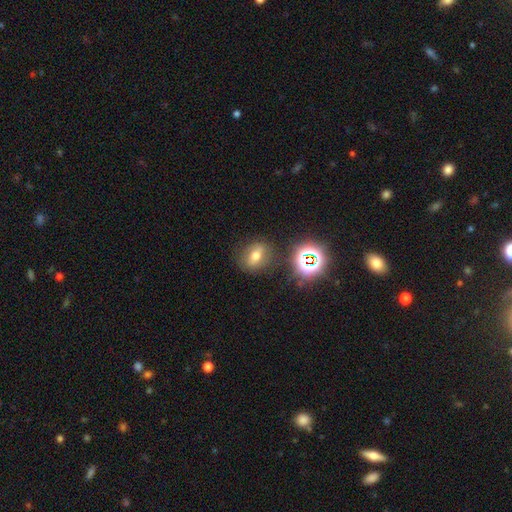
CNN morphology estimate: smooth_or_featured: smooth (p=0.52) [alt: featured or disk p=0.26]
how_rounded: in between (p=0.54) [alt: round p=0.42]
merging: none (p=0.80) [alt: minor disturbance p=0.12]